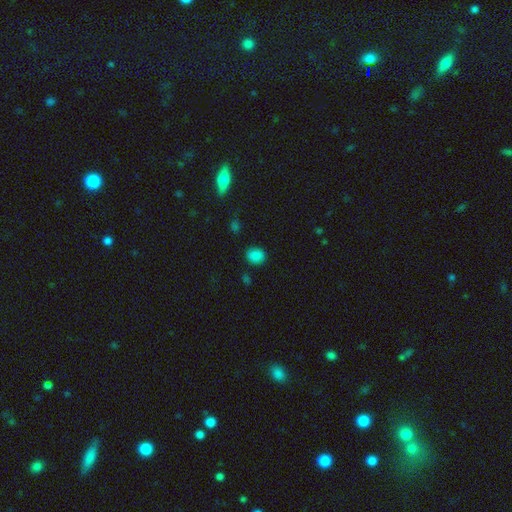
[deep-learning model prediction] Smooth or featured? smooth (84%)
How rounded? round (61%)
Merging? none (84%)